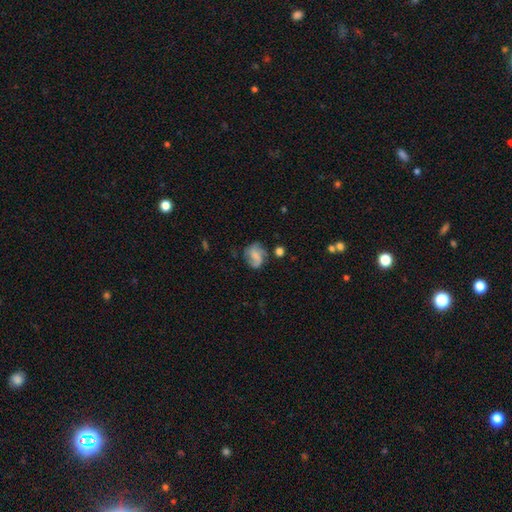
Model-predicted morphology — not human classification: A featured or disk galaxy (55%) with no bar (46%), spiral arms (86%) and no central bulge (40%). Merging: none (57%).